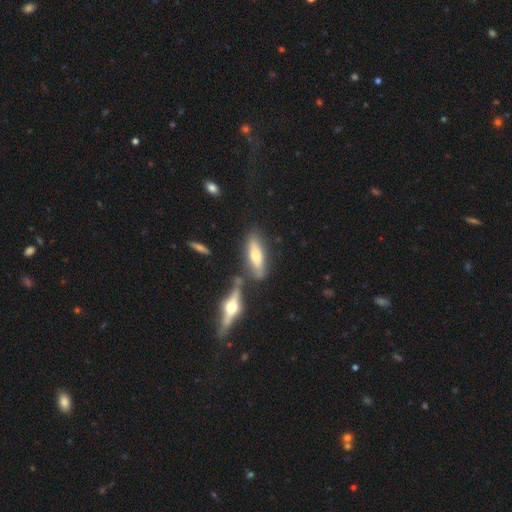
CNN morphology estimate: type=smooth (59%); roundness=in between (49%); merging=none (63%).